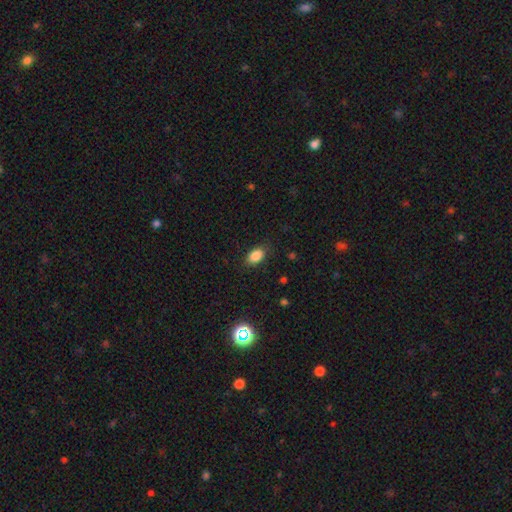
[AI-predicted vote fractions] smooth_or_featured: smooth (p=0.85) [alt: star or artifact p=0.10]
how_rounded: in between (p=0.86) [alt: round p=0.12]
merging: none (p=0.84) [alt: minor disturbance p=0.12]